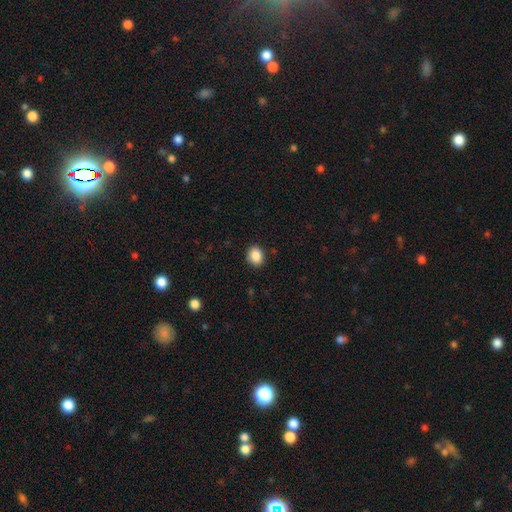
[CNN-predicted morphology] Smooth or featured? smooth (88%)
How rounded? in between (59%)
Merging? none (88%)